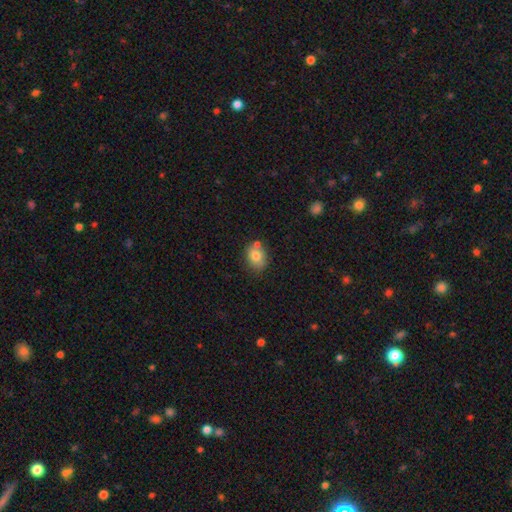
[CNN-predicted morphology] Smooth or featured? Predicted: smooth (p=0.78). How rounded? Predicted: round (p=0.52). Merging? Predicted: none (p=0.64).